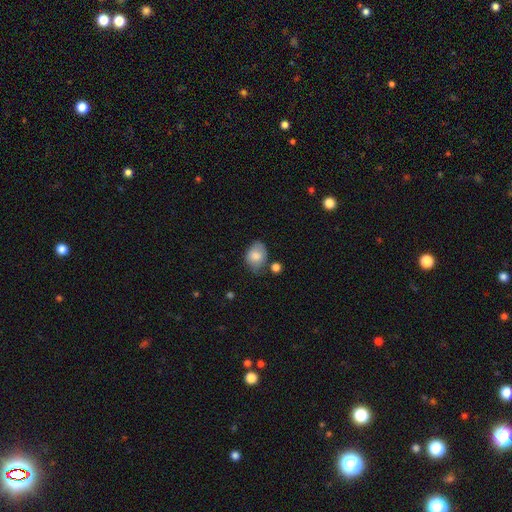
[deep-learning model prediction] Smooth or featured?
  - smooth: 79% *
  - featured or disk: 13%
  - star or artifact: 7%
How rounded?
  - in between: 72% *
  - round: 27%
  - cigar-shaped: 1%
Merging?
  - none: 55% *
  - minor disturbance: 29%
  - major disturbance: 8%
  - merger: 8%